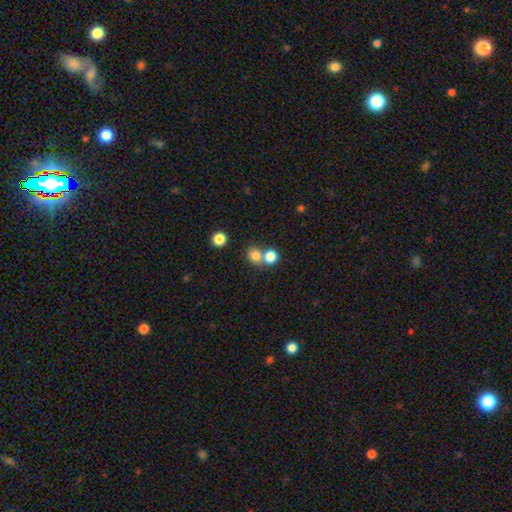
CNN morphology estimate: The model was most divided on "merging": none: 51%, merger: 40%, minor disturbance: 6%, major disturbance: 3%. More confident: how rounded — round (80%); smooth or featured — smooth (79%).